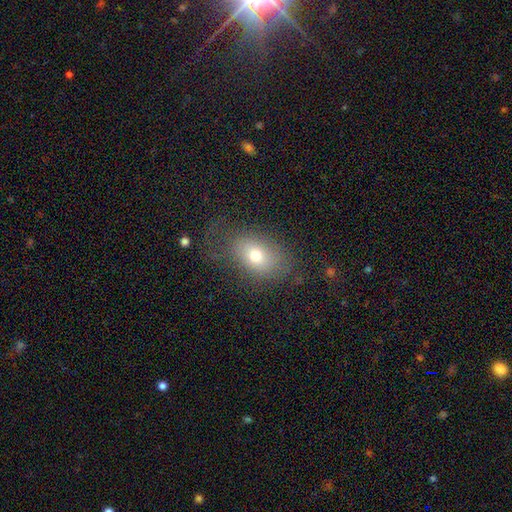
Smooth or featured?
  - smooth: 89% *
  - featured or disk: 11%
  - star or artifact: 0%
How rounded?
  - in between: 78% *
  - round: 22%
  - cigar-shaped: 0%
Merging?
  - none: 58% *
  - minor disturbance: 22%
  - major disturbance: 19%
  - merger: 0%